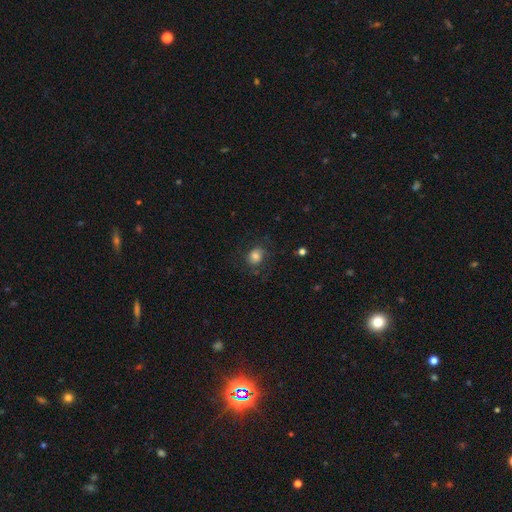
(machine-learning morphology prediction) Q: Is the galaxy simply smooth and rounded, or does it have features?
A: smooth — 70%.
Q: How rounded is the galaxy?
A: round — 67%.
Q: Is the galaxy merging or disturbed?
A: none — 69%.